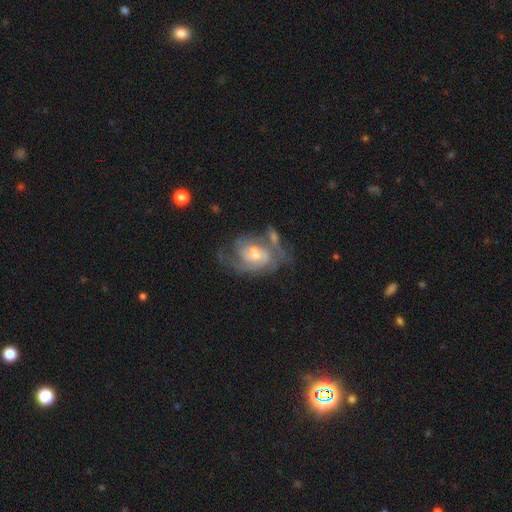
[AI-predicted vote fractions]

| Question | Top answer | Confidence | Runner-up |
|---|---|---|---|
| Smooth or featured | featured or disk | 83% | smooth (10%) |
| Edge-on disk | no | 97% | yes (3%) |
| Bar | no | 46% | weak (45%) |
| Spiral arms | yes | 92% | no (8%) |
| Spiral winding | tight | 46% | medium (42%) |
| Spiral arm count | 2 | 48% | can't tell (27%) |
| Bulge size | small | 50% | moderate (41%) |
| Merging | none | 43% | merger (22%) |